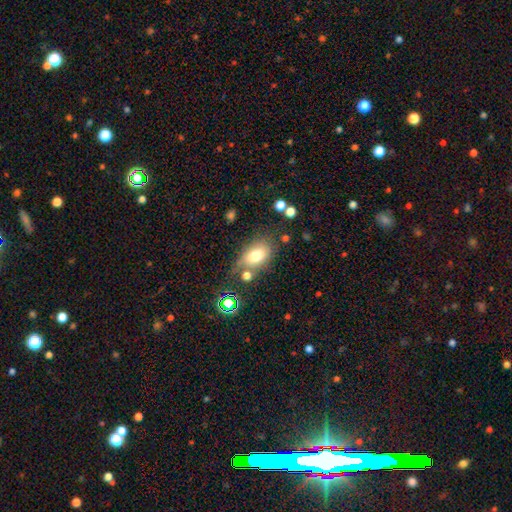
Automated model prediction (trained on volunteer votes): A smooth galaxy with no disk features (75%) that is in between round and cigar-shaped (84%). Merging: none (59%).